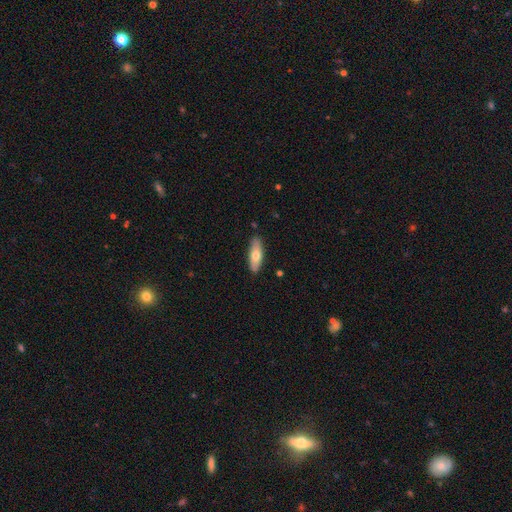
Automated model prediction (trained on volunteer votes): The model was most divided on "how rounded": in between: 63%, cigar-shaped: 34%, round: 2%. More confident: merging — none (85%); smooth or featured — smooth (67%).